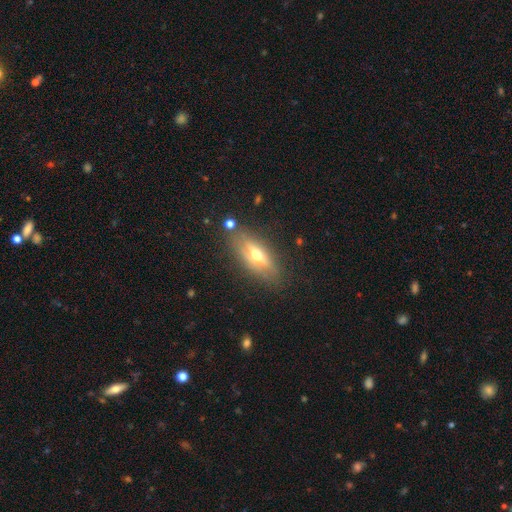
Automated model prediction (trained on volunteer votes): Overall: featured or disk (51%; smooth 40%). Edge-on disk: yes (76%). Merging: none (80%).